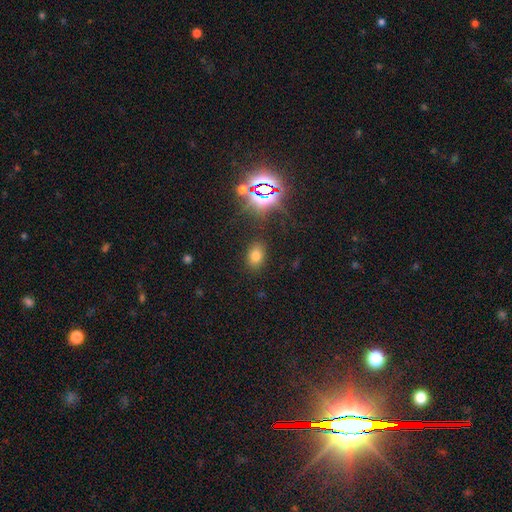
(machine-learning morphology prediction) Smooth or featured: smooth — 70% (star or artifact — 22%)
How rounded: in between — 77% (round — 21%)
Merging: none — 85% (minor disturbance — 10%)